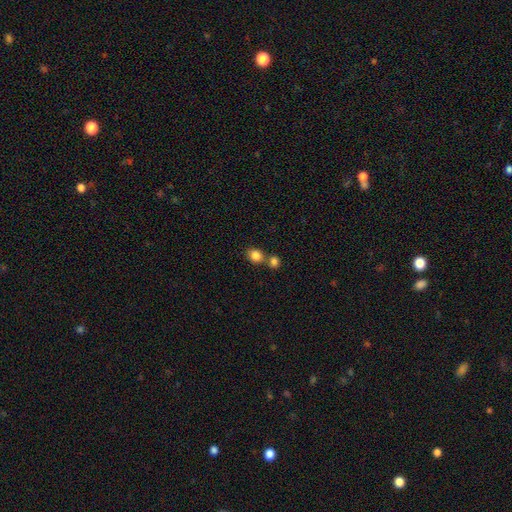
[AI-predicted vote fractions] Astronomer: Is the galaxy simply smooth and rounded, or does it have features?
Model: smooth — 84%.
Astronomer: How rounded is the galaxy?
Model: round — 64%.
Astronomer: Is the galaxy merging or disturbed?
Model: none — 53% (runner-up: merger, 36%).